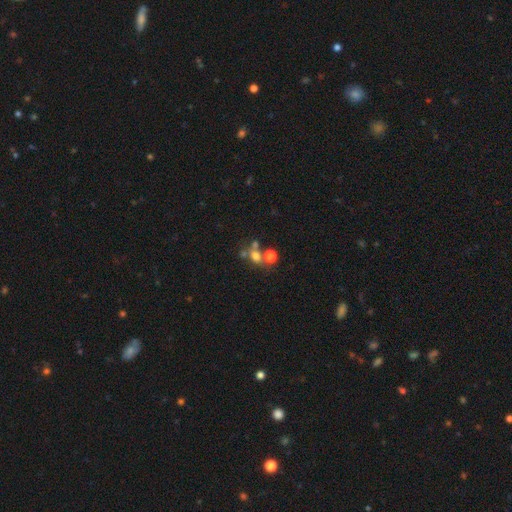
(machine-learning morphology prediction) Smooth or featured: smooth — 64% (star or artifact — 20%)
How rounded: round — 69% (in between — 29%)
Merging: none — 46% (merger — 37%)